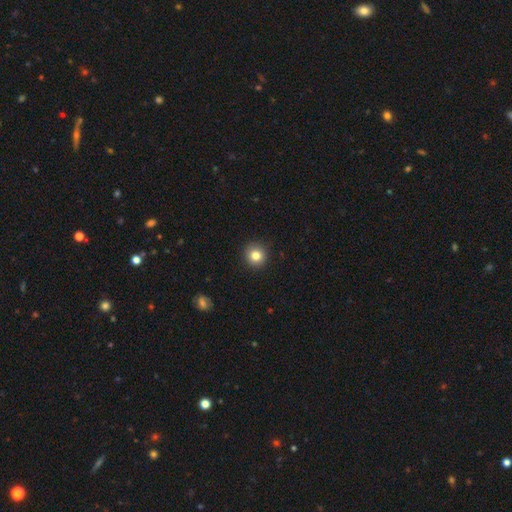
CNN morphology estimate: This is clearly a smooth galaxy (82%). How rounded: clearly round (93%). Merging: clearly none (92%).